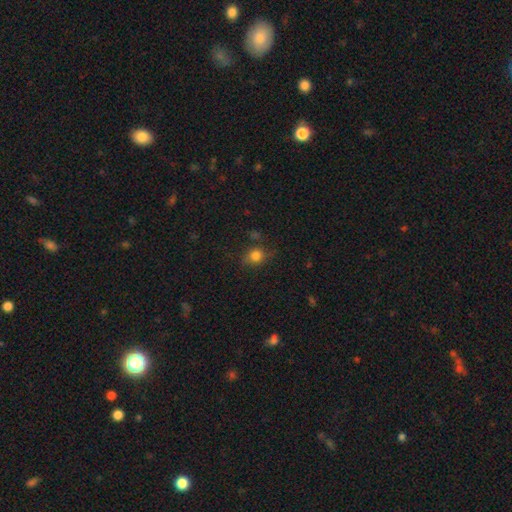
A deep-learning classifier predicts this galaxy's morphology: A smooth galaxy with no disk features (80%) that is round (74%). Merging: none (73%).